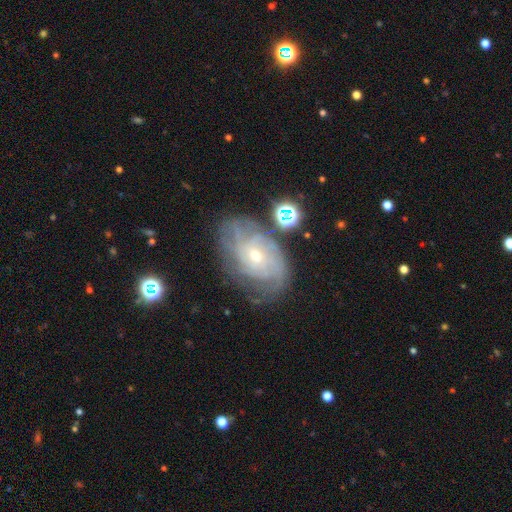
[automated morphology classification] Smooth or featured?
  - featured or disk: 81% *
  - smooth: 11%
  - star or artifact: 8%
Edge-on disk?
  - no: 96% *
  - yes: 4%
Bar?
  - no: 70% *
  - weak: 26%
  - strong: 4%
Spiral arms?
  - yes: 93% *
  - no: 7%
Spiral winding?
  - tight: 62% *
  - medium: 29%
  - loose: 9%
Spiral arm count?
  - can't tell: 44% *
  - 4: 16%
  - 3: 14%
  - 2: 11%
  - more than 4: 9%
  - 1: 5%
Bulge size?
  - small: 63% *
  - moderate: 33%
  - large: 2%
  - none: 1%
  - dominant: 1%
Merging?
  - none: 67% *
  - minor disturbance: 20%
  - major disturbance: 9%
  - merger: 4%